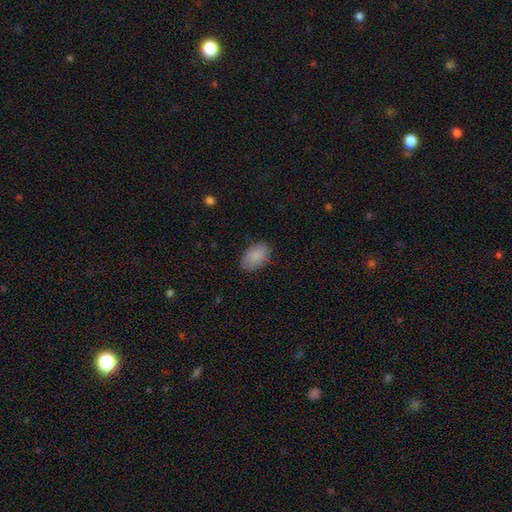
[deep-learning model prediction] This appears to be a smooth galaxy with no disk features (87%) that is in between round and cigar-shaped (91%). Merging: none (82%).